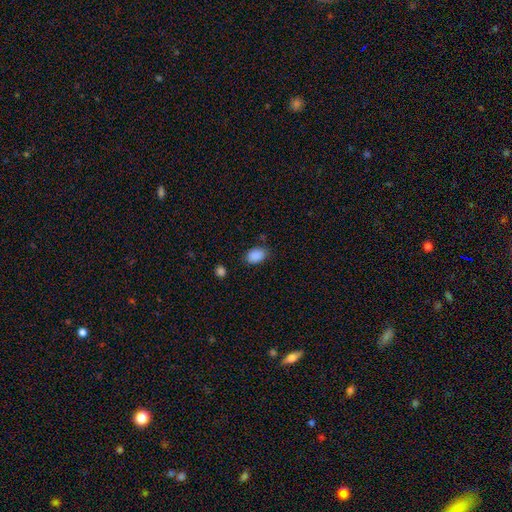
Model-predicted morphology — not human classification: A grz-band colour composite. It shows a smooth galaxy with no disk features (89%) that is in between round and cigar-shaped (83%). Merging: none (77%).